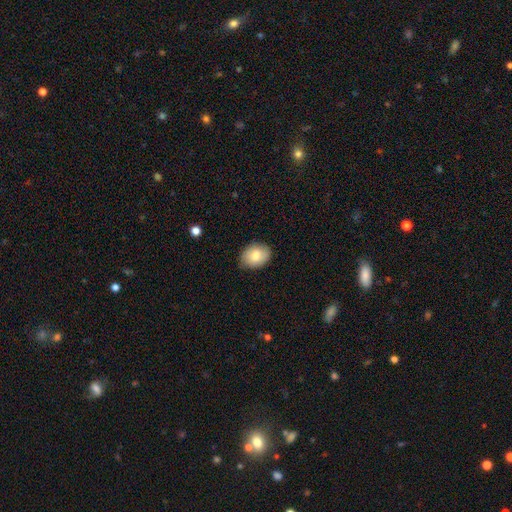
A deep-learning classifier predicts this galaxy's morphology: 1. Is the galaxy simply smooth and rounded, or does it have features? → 82% smooth, 11% featured or disk, 7% star or artifact.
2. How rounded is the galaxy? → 71% in between, 28% round, 1% cigar-shaped.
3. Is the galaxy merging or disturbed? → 83% none, 13% minor disturbance, 2% major disturbance, 1% merger.